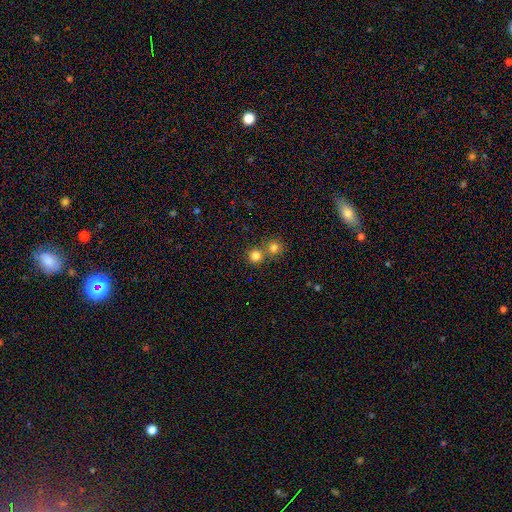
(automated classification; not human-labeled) This is likely a smooth galaxy (79%). How rounded: clearly round (90%). Merging: possibly none (56%).